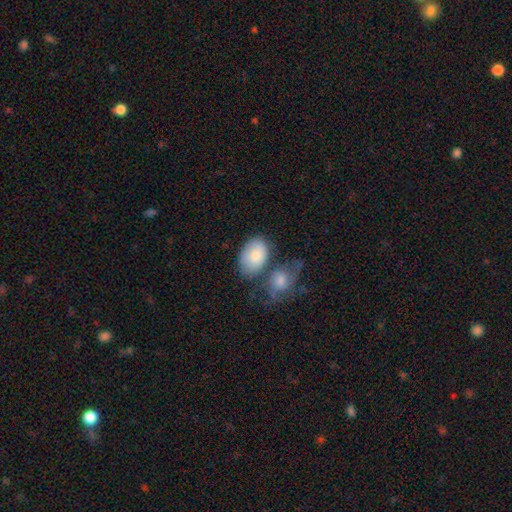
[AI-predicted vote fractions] Morphology: type=smooth (80%); roundness=in between (86%); merging=none (49%).